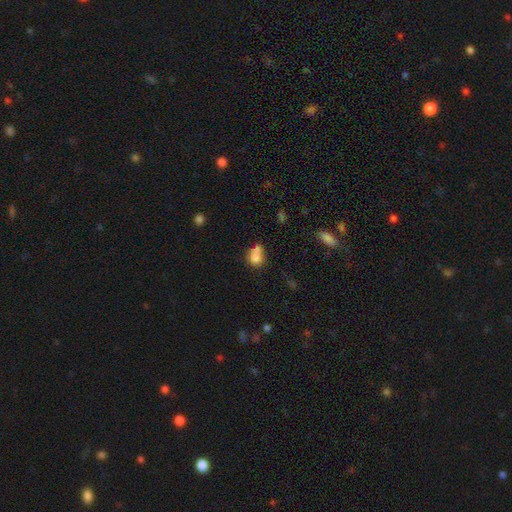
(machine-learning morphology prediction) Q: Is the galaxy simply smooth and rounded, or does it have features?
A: smooth — 75%.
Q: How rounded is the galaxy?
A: round — 61%.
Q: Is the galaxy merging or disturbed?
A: merger — 50%.